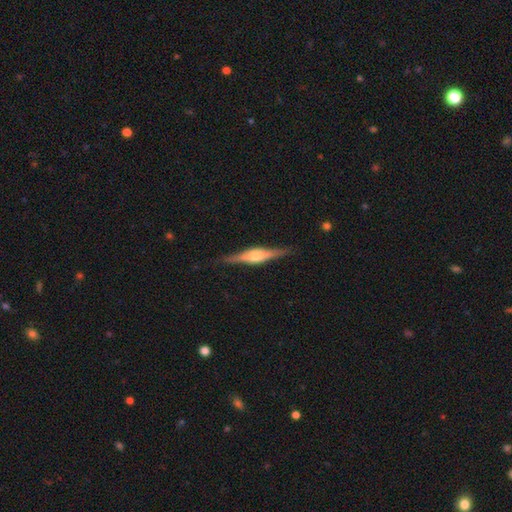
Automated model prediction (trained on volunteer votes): smooth_or_featured: featured or disk (p=0.78) [alt: smooth p=0.16]
disk_edge_on: yes (p=0.97) [alt: no p=0.03]
edge_on_bulge: rounded (p=0.86) [alt: boxy p=0.11]
merging: none (p=0.88) [alt: minor disturbance p=0.09]